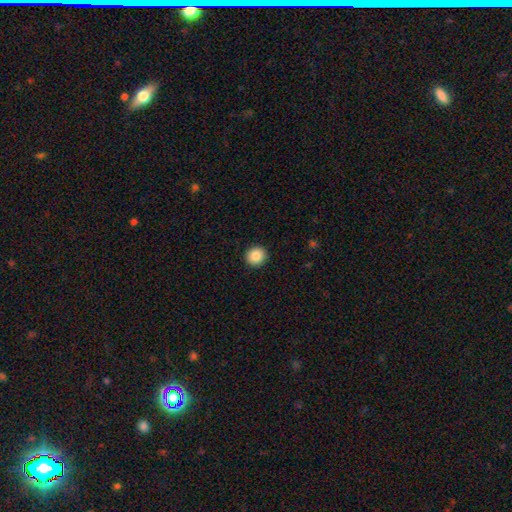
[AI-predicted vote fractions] The model was most divided on "smooth or featured": smooth: 86%, star or artifact: 9%, featured or disk: 5%. More confident: merging — none (93%); how rounded — round (92%).